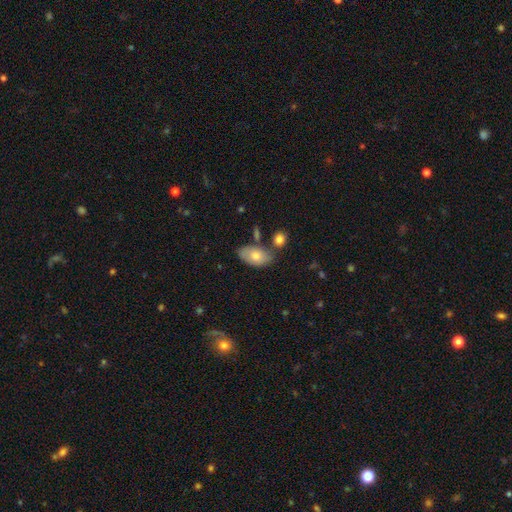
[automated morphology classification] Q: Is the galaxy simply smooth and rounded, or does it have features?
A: smooth — 71%.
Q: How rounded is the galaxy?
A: in between — 93%.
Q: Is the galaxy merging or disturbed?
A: none — 64%.